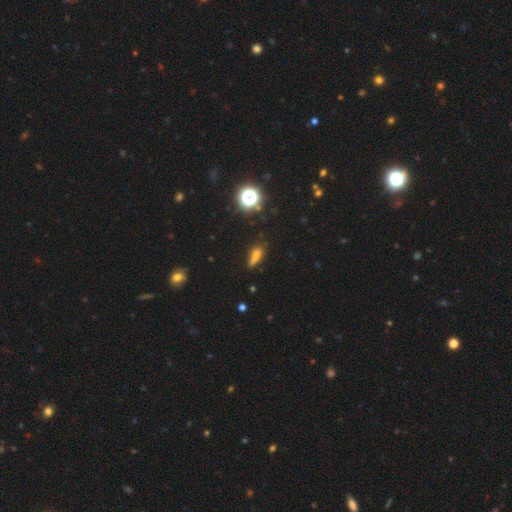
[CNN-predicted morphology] Overall: smooth (63%). How rounded: cigar-shaped (46%; in between 43%). Merging: none (54%; minor disturbance 27%).